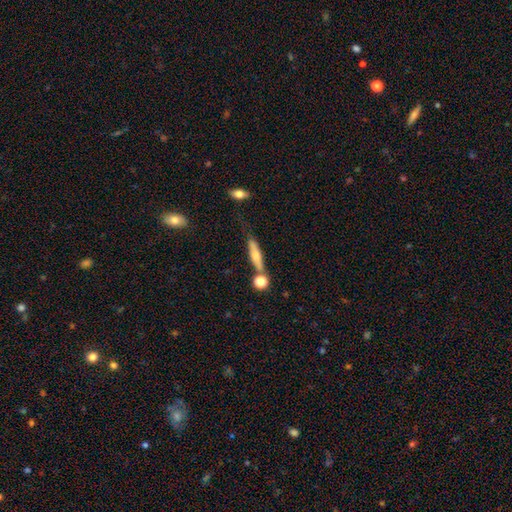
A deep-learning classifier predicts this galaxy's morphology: smooth_or_featured: smooth (p=0.60) [alt: featured or disk p=0.32]
how_rounded: cigar-shaped (p=0.74) [alt: in between p=0.21]
merging: none (p=0.59) [alt: minor disturbance p=0.18]